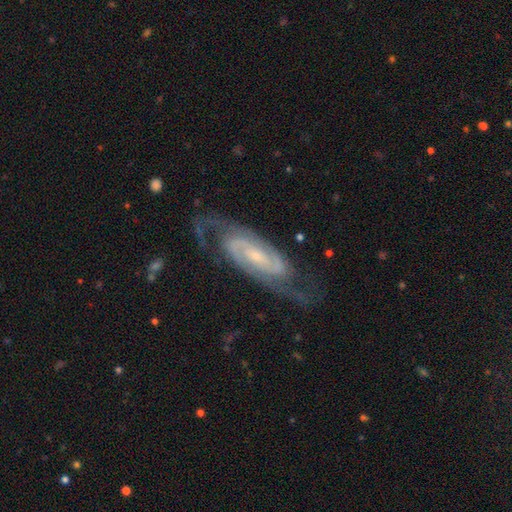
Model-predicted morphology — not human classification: Smooth or featured? featured or disk (90%)
Edge-on disk? no (94%)
Bar? weak (44%)
Spiral arms? yes (98%)
Spiral winding? tight (48%)
Spiral arm count? 2 (87%)
Bulge size? small (62%)
Merging? none (75%)